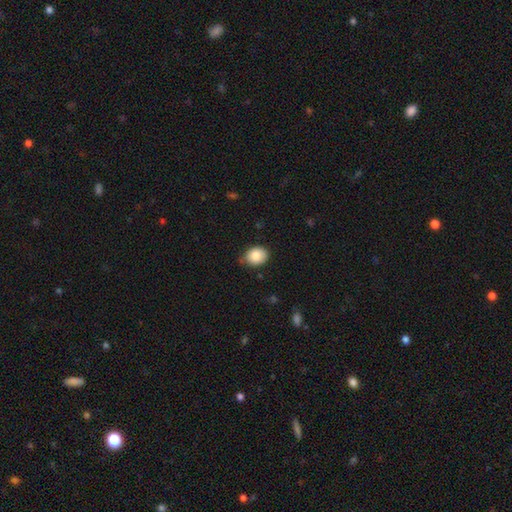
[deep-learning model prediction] Overall: smooth (83%). How rounded: round (53%; in between 46%). Merging: none (77%).